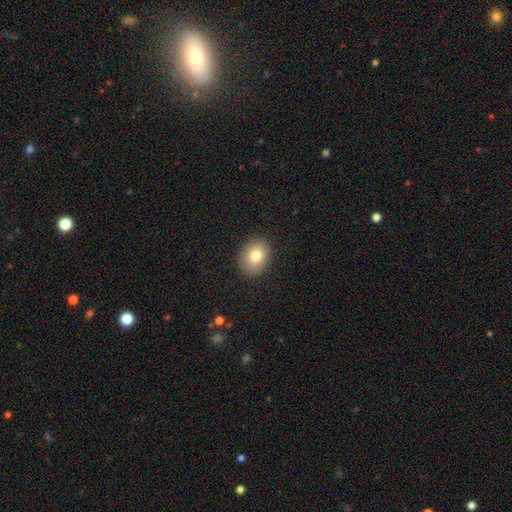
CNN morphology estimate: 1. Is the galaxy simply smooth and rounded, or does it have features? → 81% smooth, 10% featured or disk, 9% star or artifact.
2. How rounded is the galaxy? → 57% in between, 42% round, 1% cigar-shaped.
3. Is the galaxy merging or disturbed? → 88% none, 9% minor disturbance, 2% major disturbance, 1% merger.